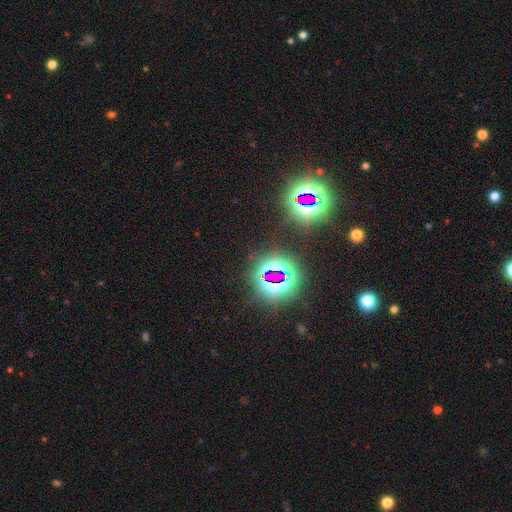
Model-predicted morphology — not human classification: This appears to be a star or artifact, not a galaxy (80%).